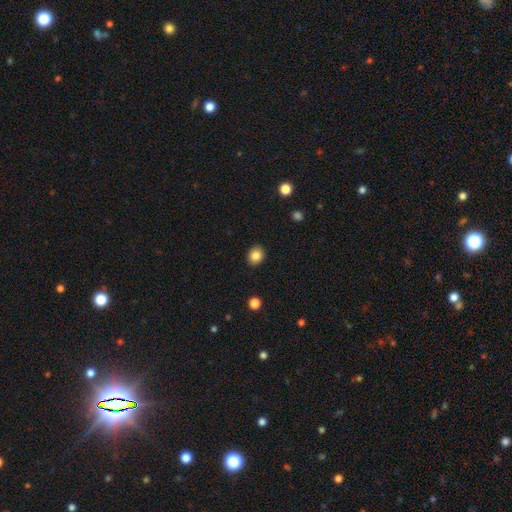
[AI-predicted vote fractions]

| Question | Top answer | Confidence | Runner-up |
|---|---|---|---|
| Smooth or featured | smooth | 85% | star or artifact (10%) |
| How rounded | round | 63% | in between (36%) |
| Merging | none | 91% | minor disturbance (6%) |